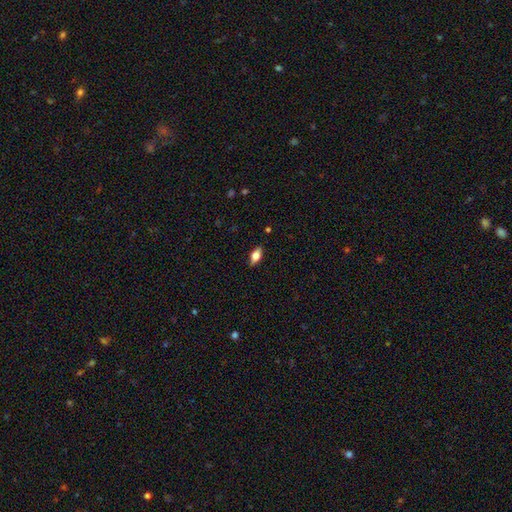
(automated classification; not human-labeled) This is likely a smooth galaxy (64%). How rounded: clearly in between (84%). Merging: clearly none (87%).